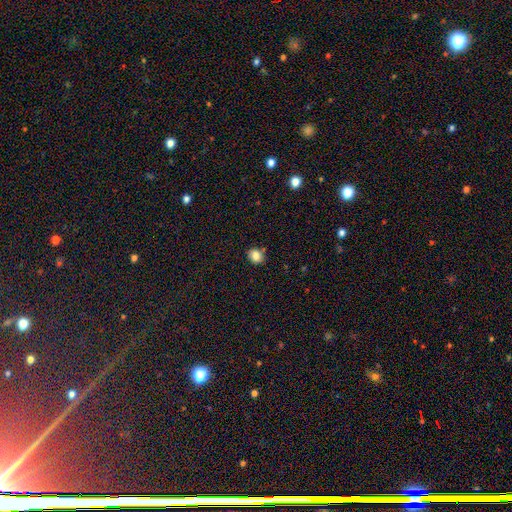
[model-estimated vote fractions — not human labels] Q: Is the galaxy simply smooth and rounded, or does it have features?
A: smooth — 83%.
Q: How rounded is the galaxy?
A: round — 66%.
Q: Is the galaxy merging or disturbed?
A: none — 83%.